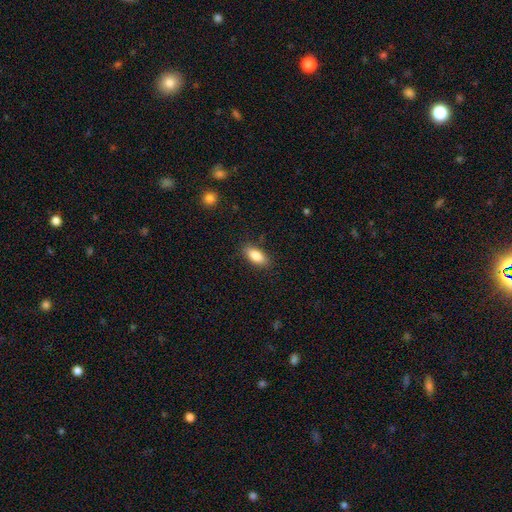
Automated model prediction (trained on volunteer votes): A smooth galaxy with no disk features (83%) that is in between round and cigar-shaped (83%). Merging: none (86%).